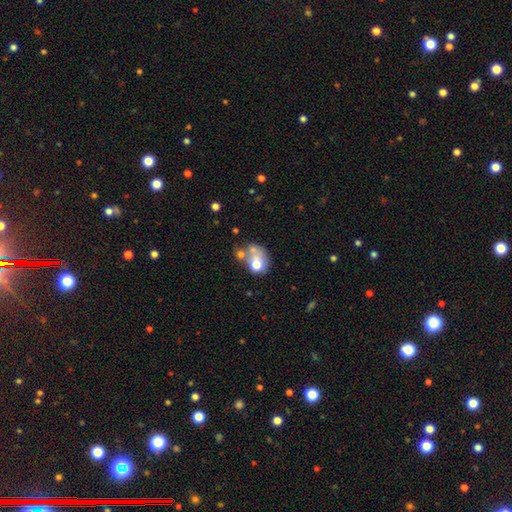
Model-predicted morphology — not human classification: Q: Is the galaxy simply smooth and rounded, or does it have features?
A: smooth — 58%.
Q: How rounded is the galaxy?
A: in between — 53%.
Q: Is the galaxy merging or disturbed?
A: merger — 43%.